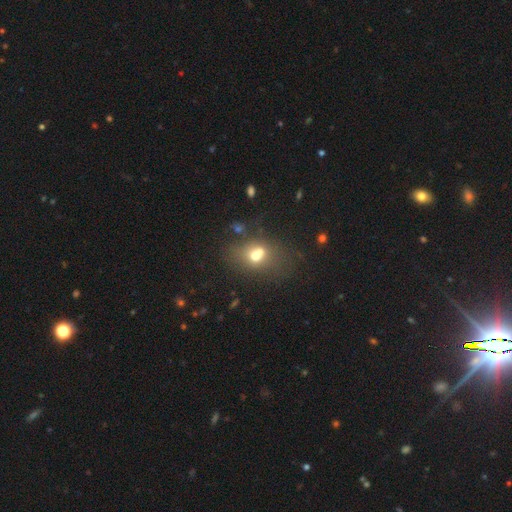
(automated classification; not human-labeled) smooth_or_featured: smooth (p=0.62) [alt: featured or disk p=0.24]
how_rounded: in between (p=0.53) [alt: round p=0.46]
merging: merger (p=0.43) [alt: none p=0.36]